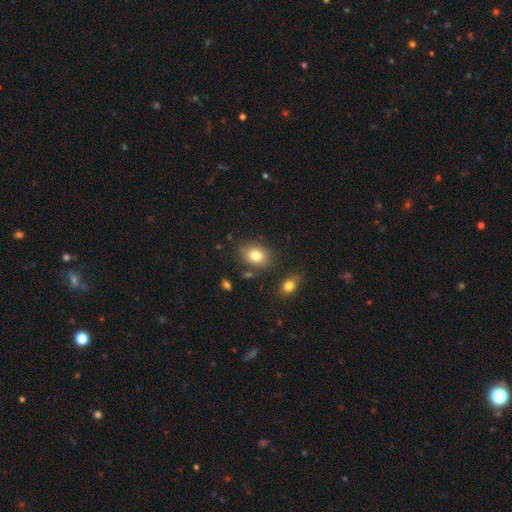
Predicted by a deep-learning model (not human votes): Morphology: type=smooth (81%); roundness=in between (64%); merging=none (80%).